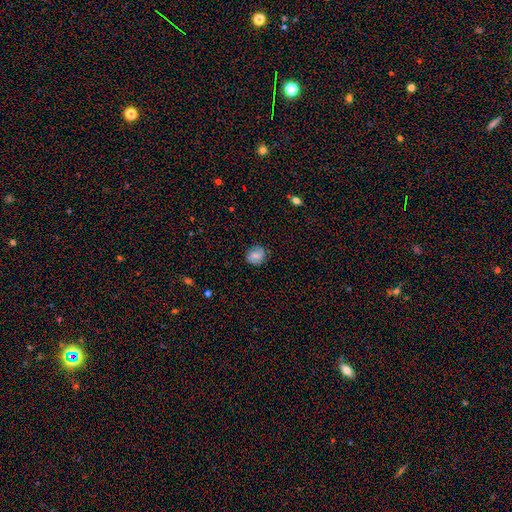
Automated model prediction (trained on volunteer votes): smooth-or-featured: smooth: 61% | featured or disk: 29% | star or artifact: 10%
  how-rounded: round: 71% | in between: 28% | cigar-shaped: 1%
  merging: none: 78% | minor disturbance: 16% | major disturbance: 4% | merger: 1%